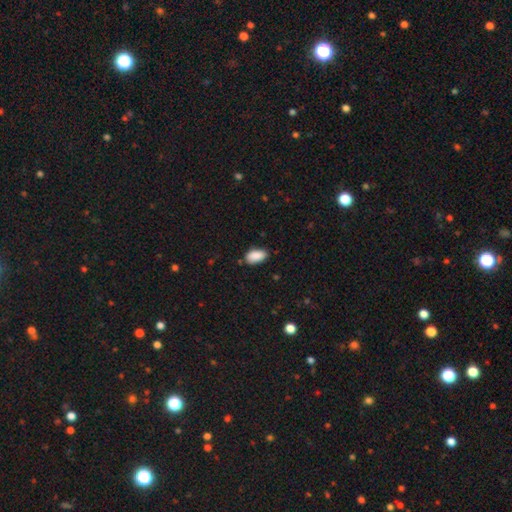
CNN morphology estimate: Q: Smooth or featured?
A: smooth (89%); runner-up: star or artifact (7%)
Q: How rounded?
A: in between (94%); runner-up: round (3%)
Q: Merging?
A: none (80%); runner-up: minor disturbance (16%)